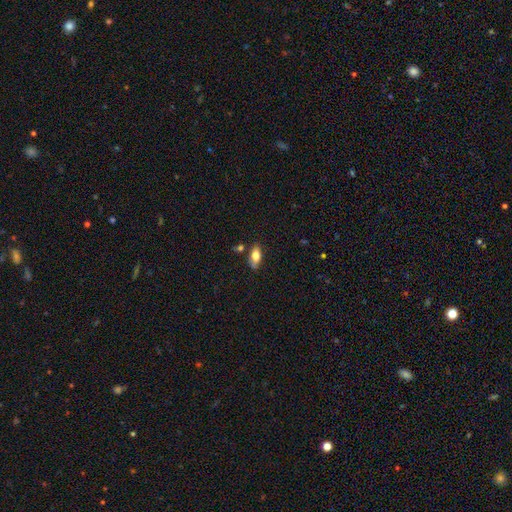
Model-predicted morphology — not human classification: smooth-or-featured: smooth: 72% | featured or disk: 21% | star or artifact: 7%
  how-rounded: in between: 87% | cigar-shaped: 10% | round: 3%
  merging: none: 75% | minor disturbance: 16% | merger: 6% | major disturbance: 3%